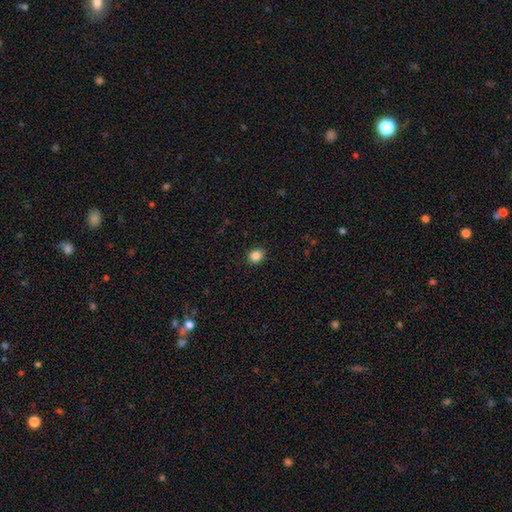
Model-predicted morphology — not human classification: Overall: smooth (86%). How rounded: round (72%). Merging: none (91%).